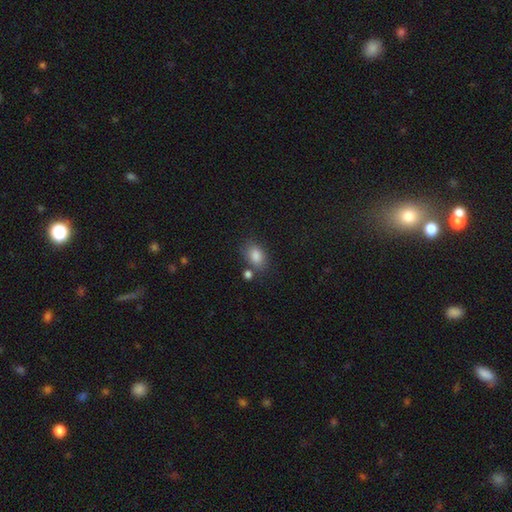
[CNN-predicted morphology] This appears to be a smooth galaxy with no disk features (85%) that is in between round and cigar-shaped (81%). Merging: none (68%).